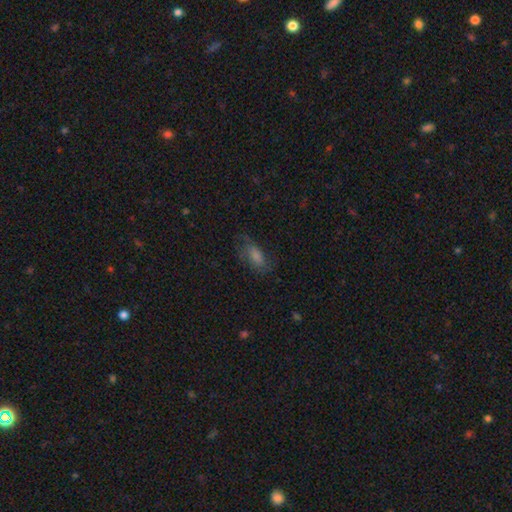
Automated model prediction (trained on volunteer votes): Smooth or featured: smooth — 55% (featured or disk — 27%)
How rounded: in between — 80% (cigar-shaped — 14%)
Merging: none — 67% (minor disturbance — 21%)